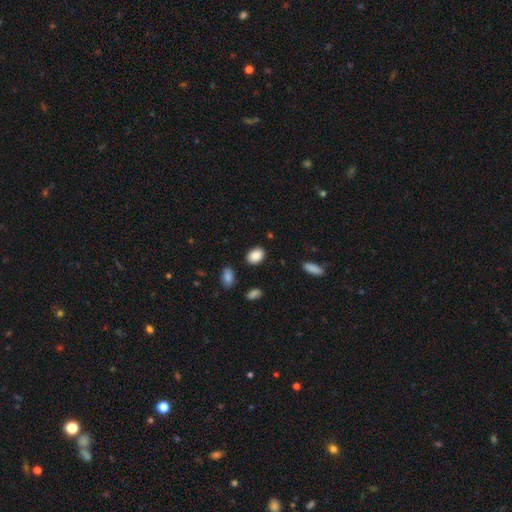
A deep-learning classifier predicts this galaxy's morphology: smooth_or_featured: smooth (p=0.87) [alt: star or artifact p=0.08]
how_rounded: in between (p=0.77) [alt: round p=0.22]
merging: none (p=0.86) [alt: minor disturbance p=0.09]